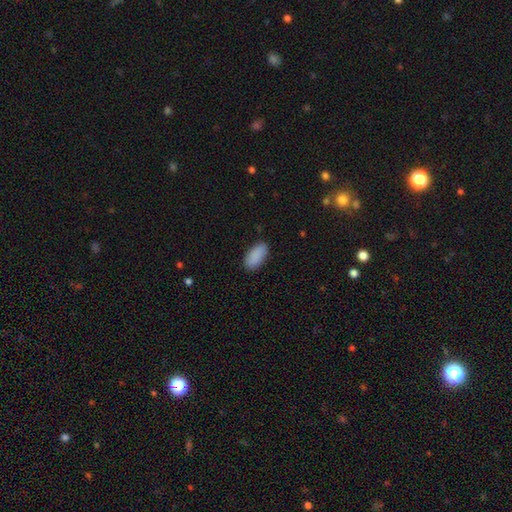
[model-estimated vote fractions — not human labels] Morphology: type=smooth (90%); roundness=in between (93%); merging=none (85%).